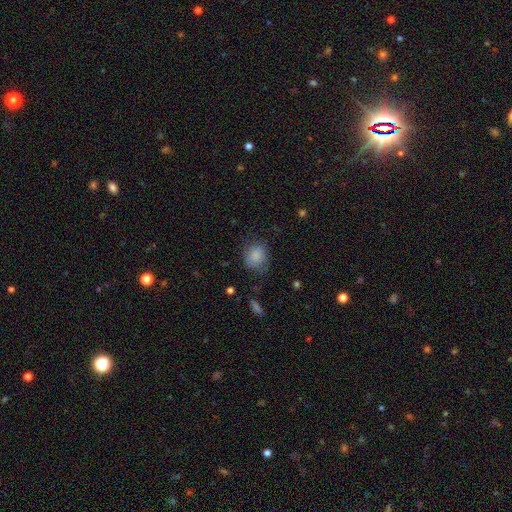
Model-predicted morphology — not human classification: Smooth or featured?
  - smooth: 85% *
  - star or artifact: 8%
  - featured or disk: 7%
How rounded?
  - round: 61% *
  - in between: 38%
  - cigar-shaped: 1%
Merging?
  - none: 68% *
  - minor disturbance: 23%
  - major disturbance: 8%
  - merger: 2%